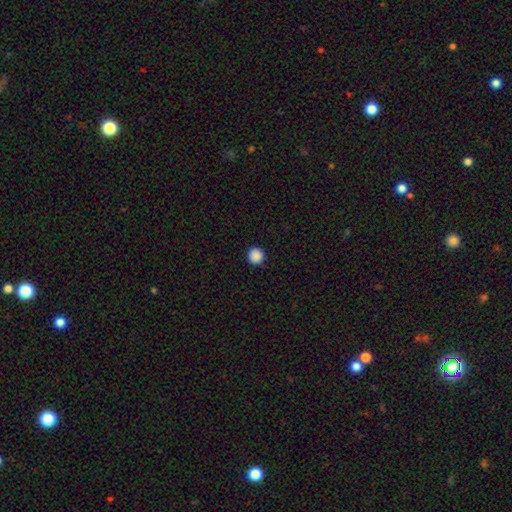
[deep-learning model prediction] Q: Smooth or featured?
A: smooth (89%); runner-up: star or artifact (9%)
Q: How rounded?
A: round (96%); runner-up: in between (3%)
Q: Merging?
A: none (93%); runner-up: minor disturbance (4%)